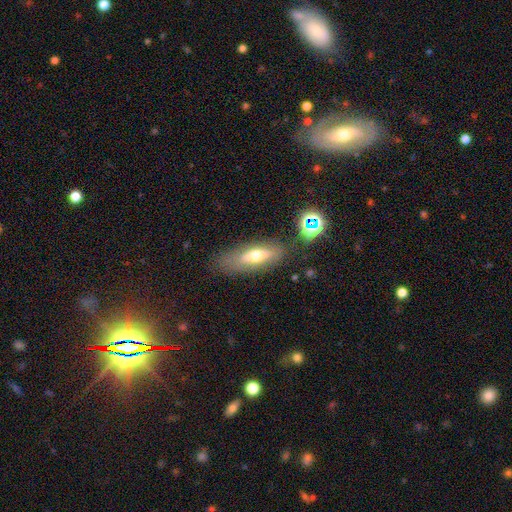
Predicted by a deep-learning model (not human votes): The model was most divided on "how rounded": in between: 57%, cigar-shaped: 39%, round: 4%. More confident: merging — none (73%); smooth or featured — smooth (54%).